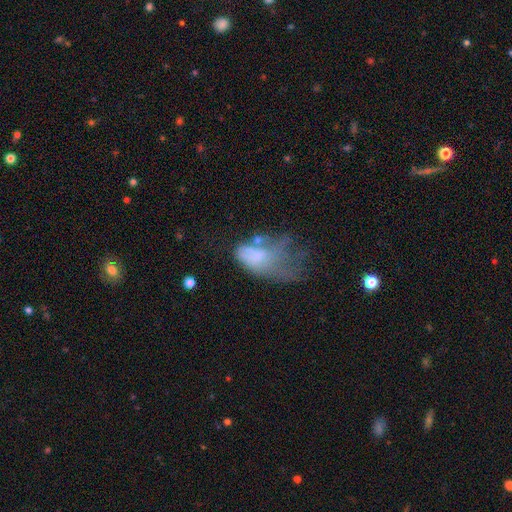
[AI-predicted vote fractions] Smooth or featured: smooth — 52% (featured or disk — 36%)
How rounded: in between — 88% (round — 8%)
Merging: major disturbance — 55% (minor disturbance — 19%)